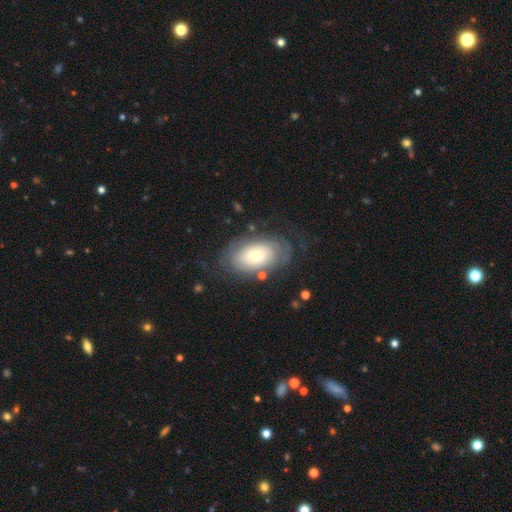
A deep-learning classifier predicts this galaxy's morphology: Q: Smooth or featured?
A: featured or disk (48%); runner-up: smooth (45%)
Q: Merging?
A: none (67%); runner-up: minor disturbance (18%)